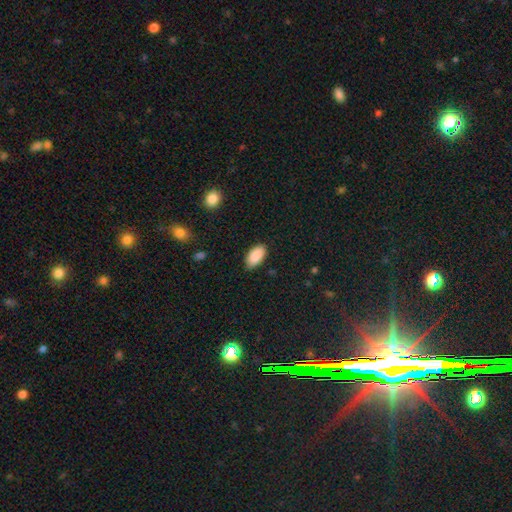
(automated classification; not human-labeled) smooth 90%, star or artifact 6%, featured or disk 3%. Down the decision tree: how rounded — in between (95%); merging — none (84%).